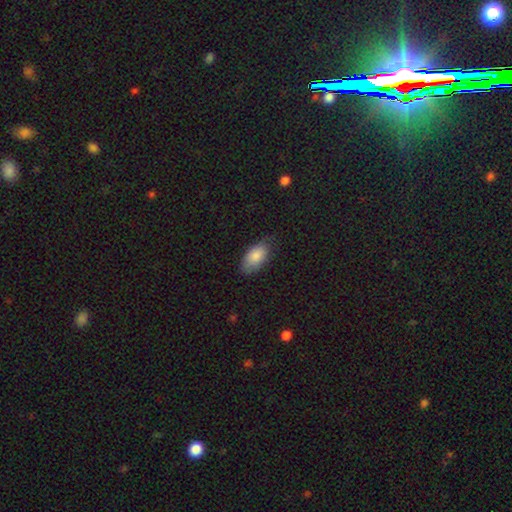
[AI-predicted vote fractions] A smooth galaxy with no disk features (85%) that is in between round and cigar-shaped (93%).

Vote fractions:
- Smooth or featured? smooth: 85% / featured or disk: 9% / star or artifact: 6%
- How rounded? in between: 93% / cigar-shaped: 3% / round: 3%
- Merging? none: 71% / minor disturbance: 23% / major disturbance: 4% / merger: 1%